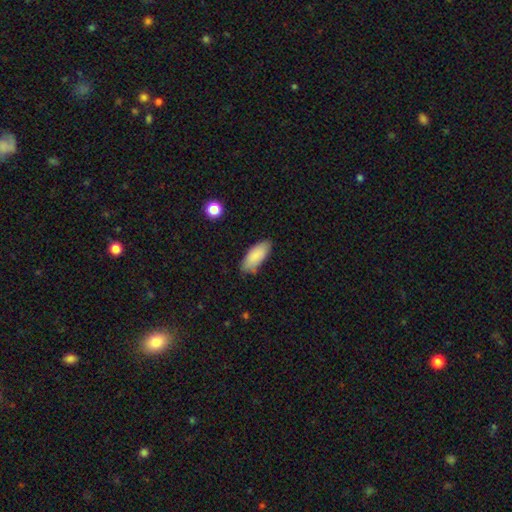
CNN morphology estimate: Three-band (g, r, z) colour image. It shows a smooth galaxy with no disk features (86%) that is in between round and cigar-shaped (83%). Merging: none (80%).